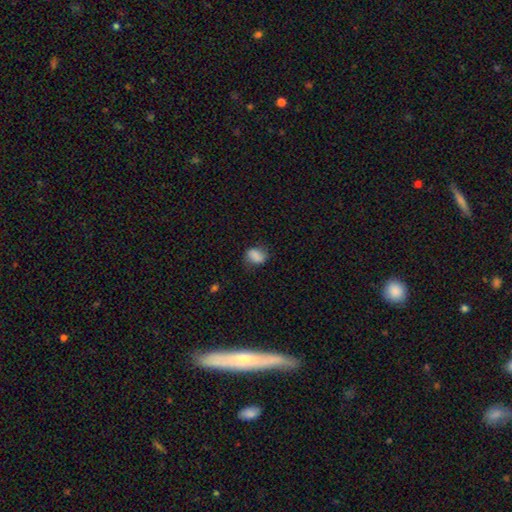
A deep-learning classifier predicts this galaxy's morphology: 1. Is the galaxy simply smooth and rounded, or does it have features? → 83% smooth, 9% star or artifact, 8% featured or disk.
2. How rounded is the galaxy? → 67% in between, 31% round, 2% cigar-shaped.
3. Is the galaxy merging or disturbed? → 70% none, 22% minor disturbance, 7% major disturbance, 1% merger.